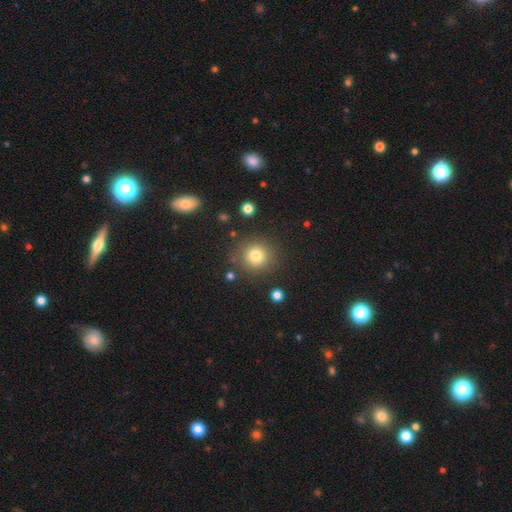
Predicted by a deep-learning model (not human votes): smooth 80%, star or artifact 12%, featured or disk 8%. Down the decision tree: how rounded — round (92%); merging — none (86%).